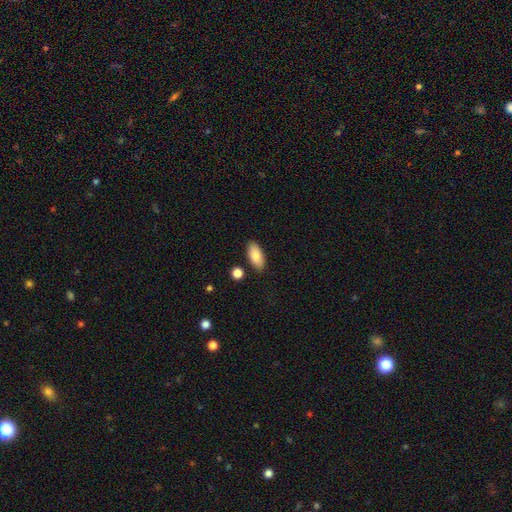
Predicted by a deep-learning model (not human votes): smooth 85%, featured or disk 9%, star or artifact 7%. Down the decision tree: how rounded — in between (90%); merging — none (86%).